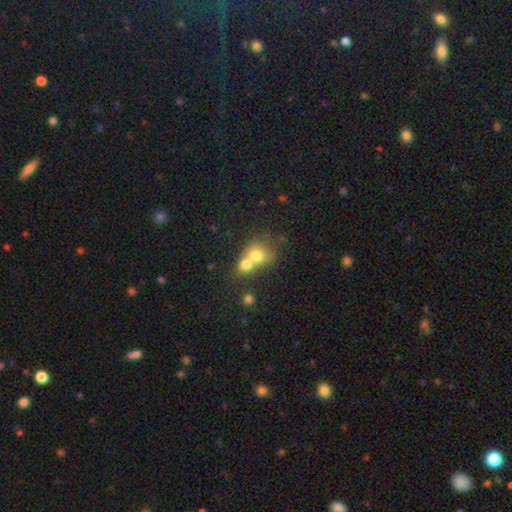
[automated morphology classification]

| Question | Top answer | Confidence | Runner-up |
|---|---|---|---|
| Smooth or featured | smooth | 71% | featured or disk (18%) |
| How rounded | round | 68% | in between (31%) |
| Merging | merger | 68% | none (22%) |